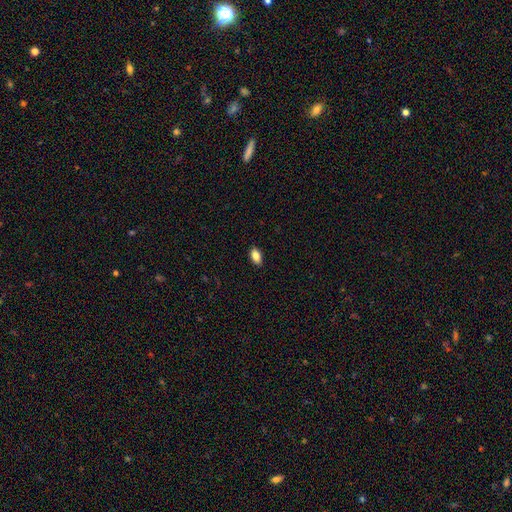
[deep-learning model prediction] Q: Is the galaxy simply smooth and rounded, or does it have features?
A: smooth — 86%.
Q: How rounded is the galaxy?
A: in between — 90%.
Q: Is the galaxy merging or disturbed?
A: none — 88%.